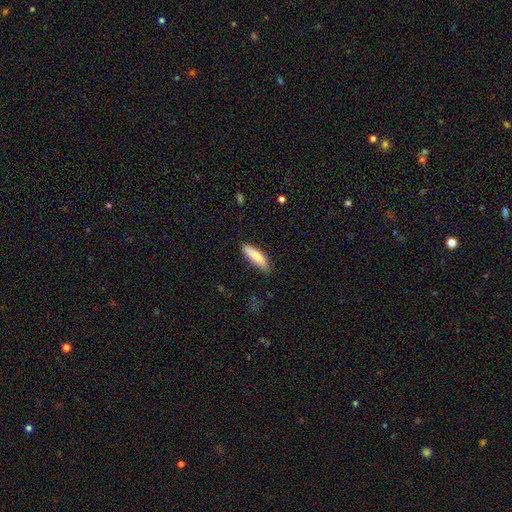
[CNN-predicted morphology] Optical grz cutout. It shows a smooth galaxy with no disk features (85%) that is cigar-shaped (57%). Merging: none (77%).